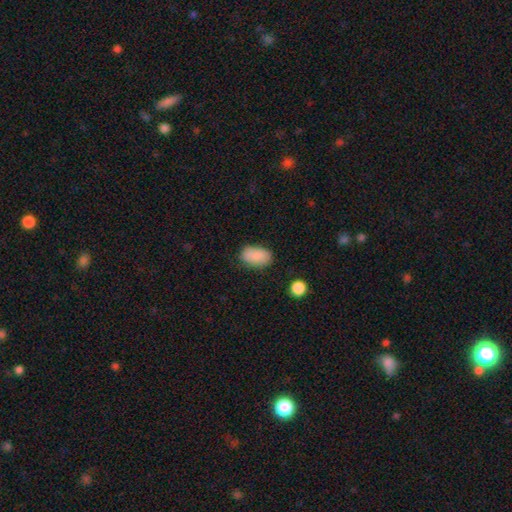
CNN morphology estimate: A smooth galaxy with no disk features (87%) that is in between round and cigar-shaped (92%).

Vote fractions:
- Smooth or featured? smooth: 87% / star or artifact: 8% / featured or disk: 5%
- How rounded? in between: 92% / round: 7% / cigar-shaped: 2%
- Merging? none: 78% / minor disturbance: 16% / major disturbance: 4% / merger: 2%